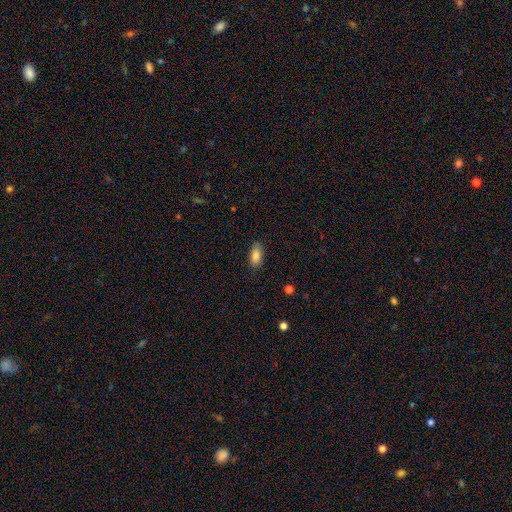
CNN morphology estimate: Q: Smooth or featured?
A: smooth (85%); runner-up: star or artifact (8%)
Q: How rounded?
A: in between (89%); runner-up: cigar-shaped (8%)
Q: Merging?
A: none (86%); runner-up: minor disturbance (11%)